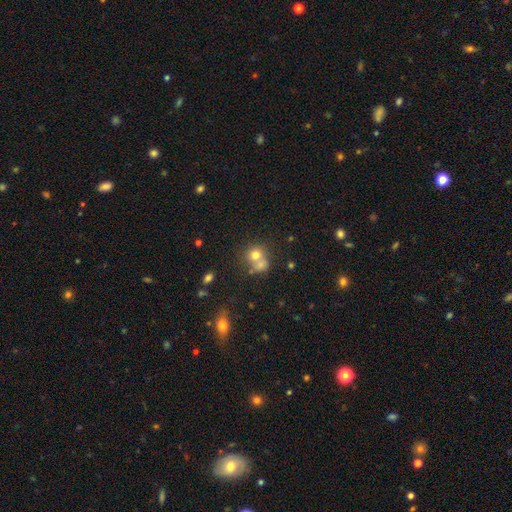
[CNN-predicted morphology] This is likely a smooth galaxy (71%). How rounded: likely round (79%). Merging: possibly merger (49%).